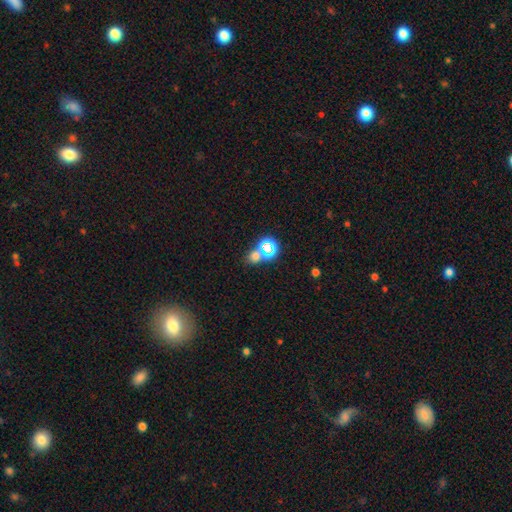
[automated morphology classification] Q: Smooth or featured?
A: smooth (51%); runner-up: star or artifact (40%)
Q: How rounded?
A: round (72%); runner-up: in between (27%)
Q: Merging?
A: none (58%); runner-up: merger (30%)